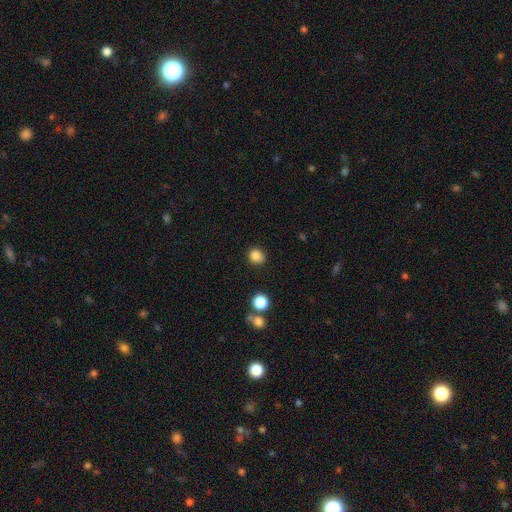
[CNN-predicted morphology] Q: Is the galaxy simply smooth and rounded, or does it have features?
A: smooth — 83%.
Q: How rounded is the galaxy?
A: round — 86%.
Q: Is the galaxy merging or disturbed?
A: none — 84%.